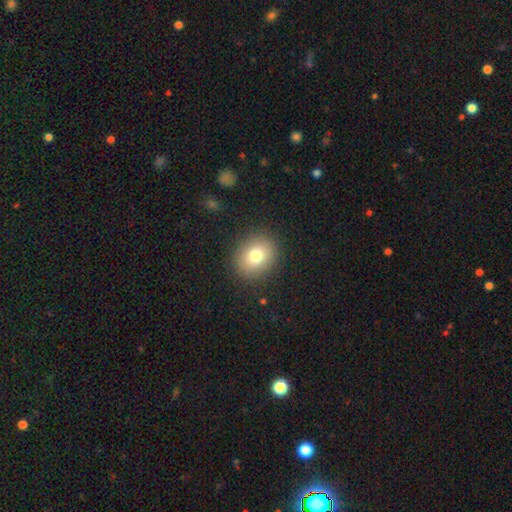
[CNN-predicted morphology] The model was most divided on "how rounded": round: 66%, in between: 34%, cigar-shaped: 1%. More confident: merging — none (89%); smooth or featured — smooth (78%).